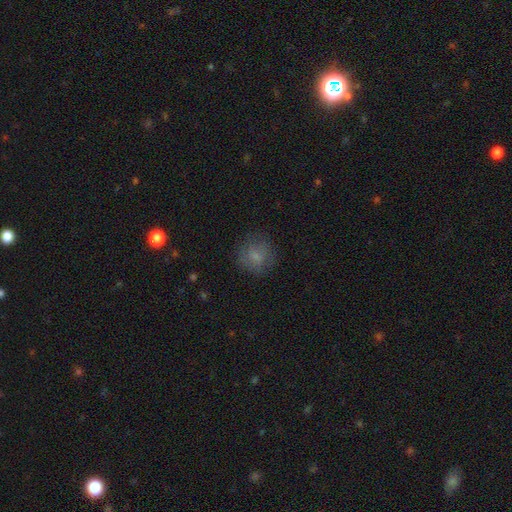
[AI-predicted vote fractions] smooth_or_featured: smooth (p=0.75) [alt: featured or disk p=0.15]
how_rounded: round (p=0.87) [alt: in between p=0.12]
merging: none (p=0.78) [alt: minor disturbance p=0.15]